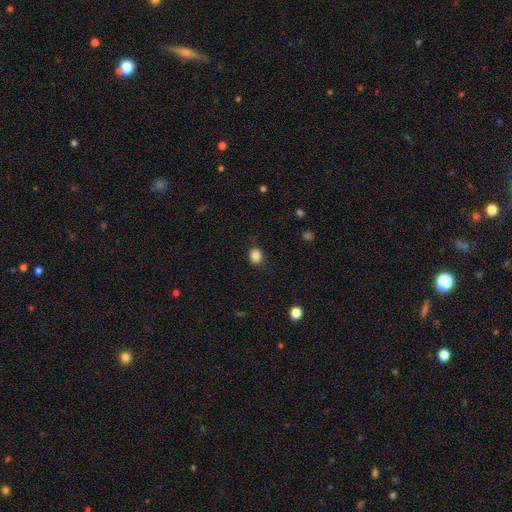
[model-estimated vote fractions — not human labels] smooth_or_featured: smooth (p=0.86) [alt: star or artifact p=0.10]
how_rounded: round (p=0.61) [alt: in between p=0.39]
merging: none (p=0.82) [alt: minor disturbance p=0.13]